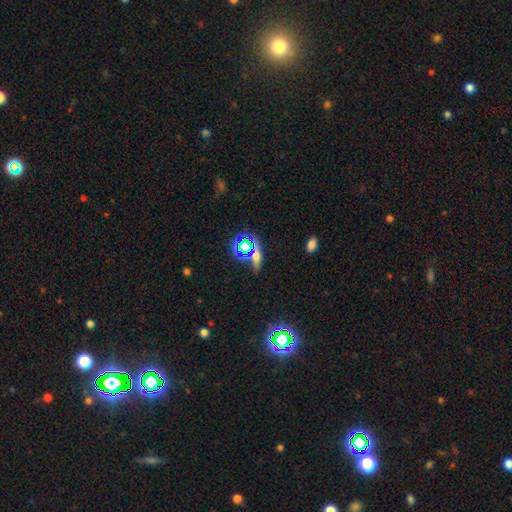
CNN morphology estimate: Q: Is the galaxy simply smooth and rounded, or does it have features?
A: star or artifact — 42%.